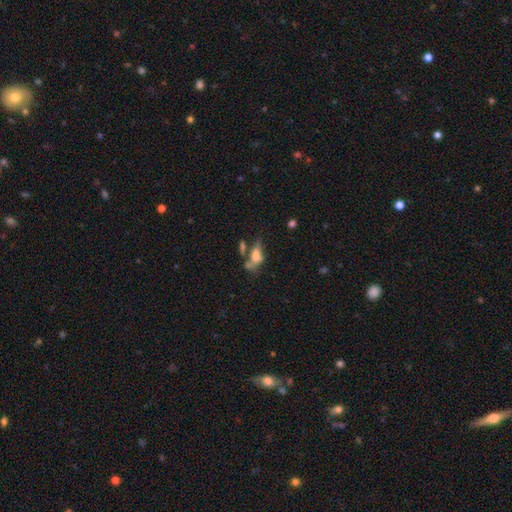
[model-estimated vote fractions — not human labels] smooth-or-featured: smooth: 56% | featured or disk: 32% | star or artifact: 12%
  how-rounded: in between: 72% | cigar-shaped: 19% | round: 8%
  merging: none: 31% | merger: 30% | major disturbance: 20% | minor disturbance: 18%